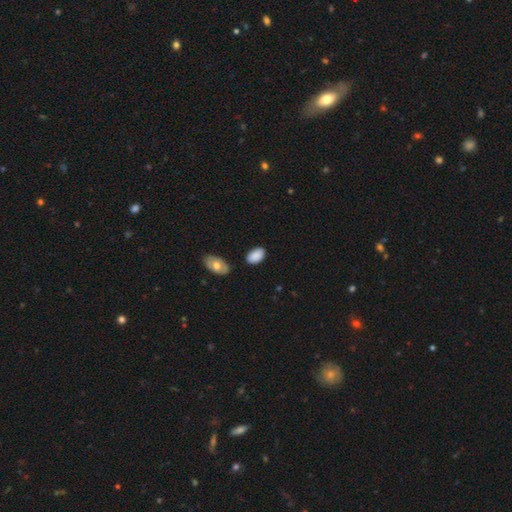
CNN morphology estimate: A smooth galaxy with no disk features (88%) that is in between round and cigar-shaped (93%). Merging: none (79%).